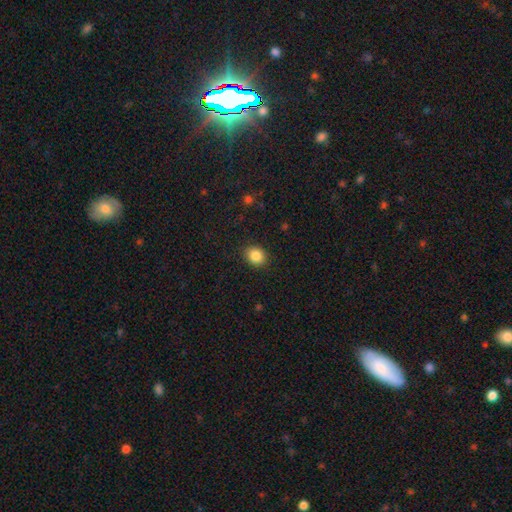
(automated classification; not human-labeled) Smooth or featured? Predicted: smooth (p=0.85). How rounded? Predicted: round (p=0.62). Merging? Predicted: none (p=0.89).